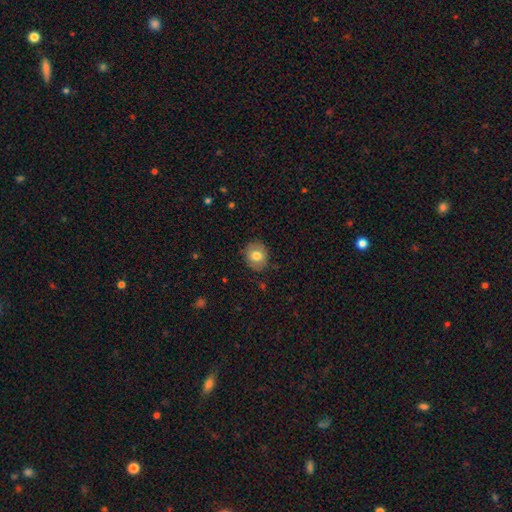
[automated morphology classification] smooth 76%, featured or disk 15%, star or artifact 9%. Down the decision tree: how rounded — round (74%); merging — none (86%).